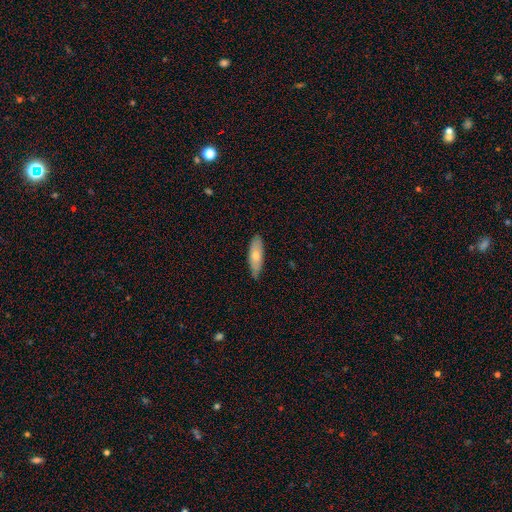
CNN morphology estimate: Smooth or featured? Predicted: smooth (p=0.66). How rounded? Predicted: in between (p=0.58). Merging? Predicted: none (p=0.78).